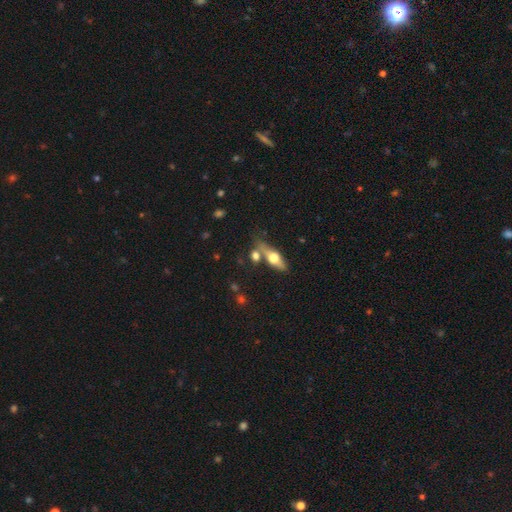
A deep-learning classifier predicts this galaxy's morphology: Q: Smooth or featured?
A: smooth (50%); runner-up: featured or disk (40%)
Q: Merging?
A: none (62%); runner-up: merger (20%)